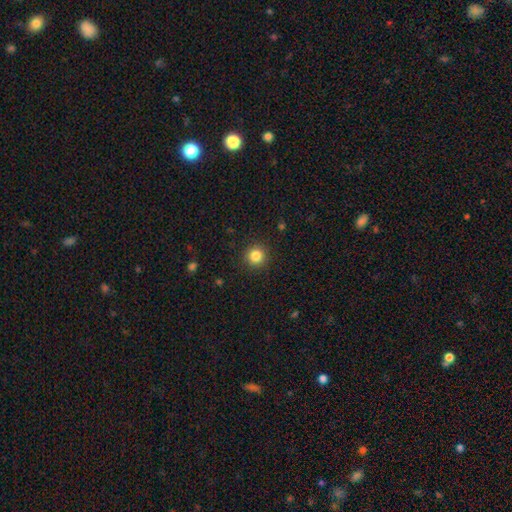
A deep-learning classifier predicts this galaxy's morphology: The model was most divided on "smooth or featured": smooth: 83%, star or artifact: 12%, featured or disk: 5%. More confident: how rounded — round (95%); merging — none (91%).